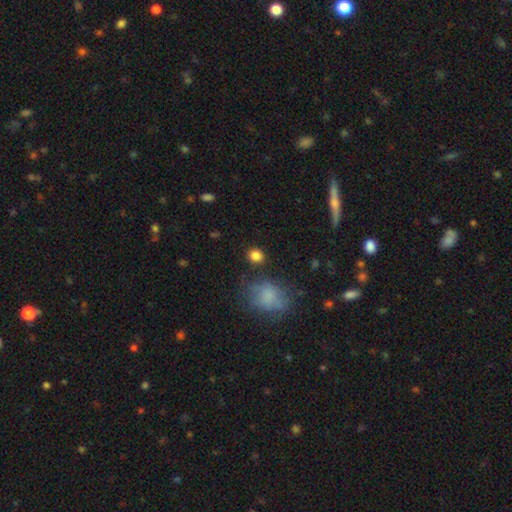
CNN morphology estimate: This appears to be a smooth galaxy with no disk features (84%) that is round (79%). Merging: none (83%).